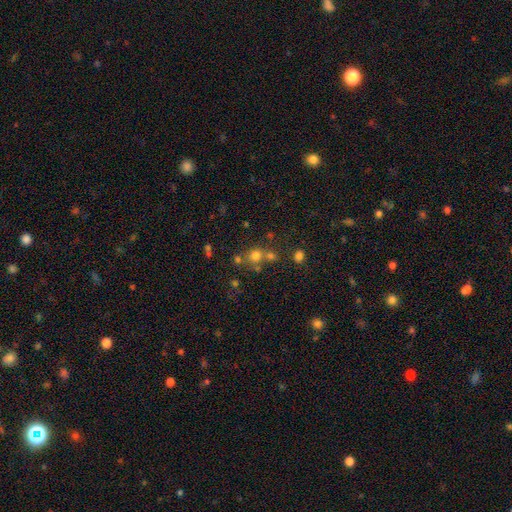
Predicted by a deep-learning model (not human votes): smooth-or-featured: smooth: 69% | star or artifact: 20% | featured or disk: 11%
  how-rounded: round: 84% | in between: 15% | cigar-shaped: 1%
  merging: none: 58% | merger: 29% | minor disturbance: 9% | major disturbance: 4%